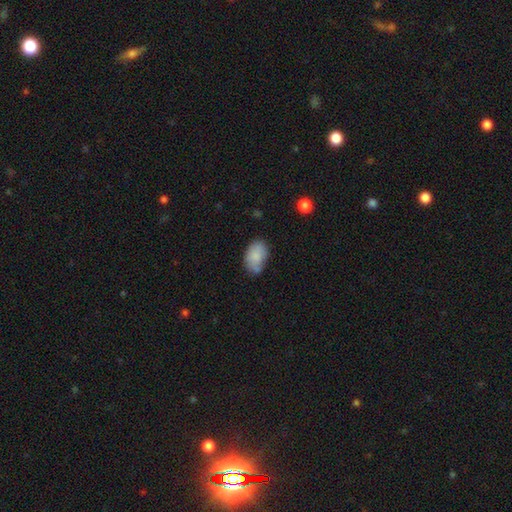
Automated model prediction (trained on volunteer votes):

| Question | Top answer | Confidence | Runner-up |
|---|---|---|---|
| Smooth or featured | smooth | 83% | featured or disk (10%) |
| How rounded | in between | 89% | round (10%) |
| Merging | none | 61% | minor disturbance (28%) |